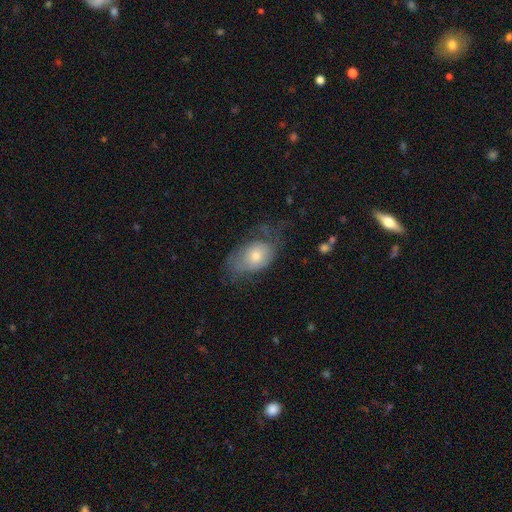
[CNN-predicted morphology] Smooth or featured? smooth (55%)
How rounded? in between (82%)
Merging? none (38%)